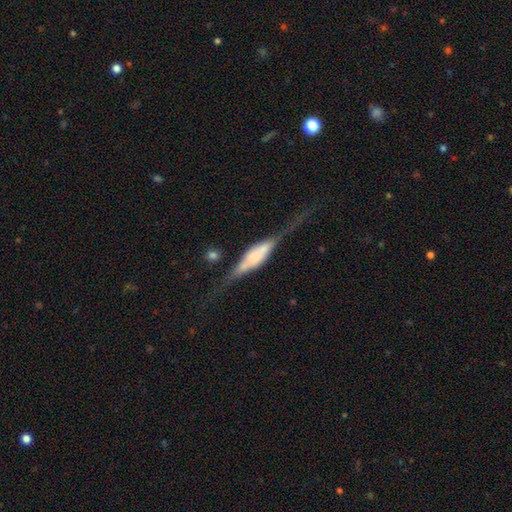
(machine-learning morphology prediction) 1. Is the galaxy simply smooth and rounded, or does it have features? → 71% featured or disk, 23% smooth, 7% star or artifact.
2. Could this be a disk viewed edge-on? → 94% yes, 6% no.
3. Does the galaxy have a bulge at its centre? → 55% boxy, 37% rounded, 8% none.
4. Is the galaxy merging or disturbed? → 57% none, 23% minor disturbance, 16% major disturbance, 4% merger.